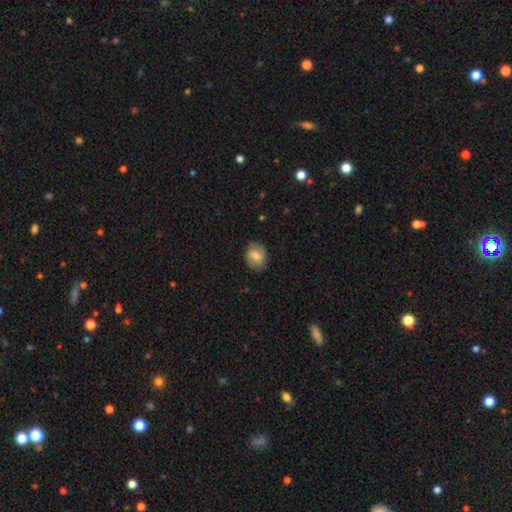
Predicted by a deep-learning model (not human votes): smooth-or-featured: smooth: 71% | featured or disk: 21% | star or artifact: 8%
  how-rounded: round: 51% | in between: 48% | cigar-shaped: 1%
  merging: none: 77% | minor disturbance: 18% | major disturbance: 4% | merger: 1%